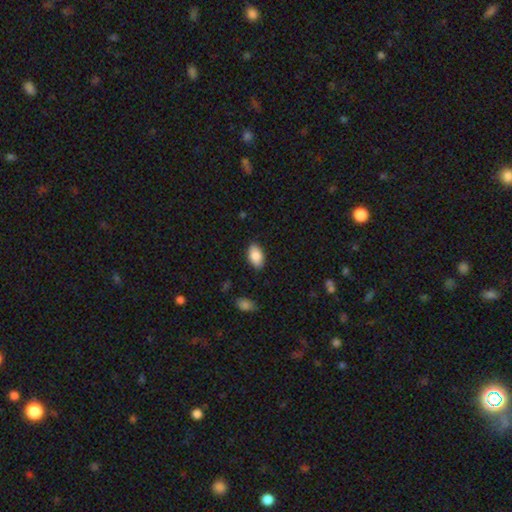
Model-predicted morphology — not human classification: Smooth or featured: smooth — 87% (star or artifact — 7%)
How rounded: in between — 93% (round — 5%)
Merging: none — 86% (minor disturbance — 10%)